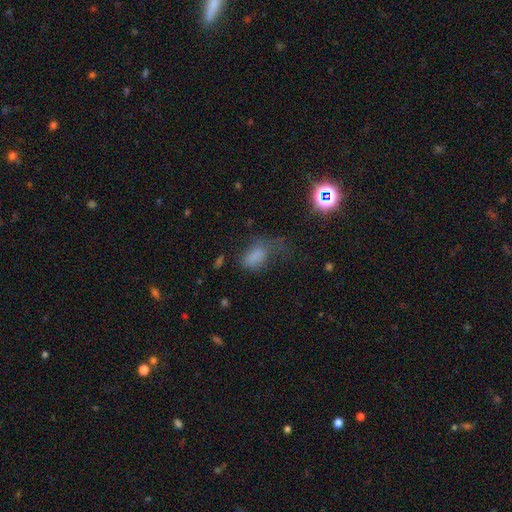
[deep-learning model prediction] Smooth or featured: smooth — 71% (star or artifact — 17%)
How rounded: in between — 86% (round — 11%)
Merging: major disturbance — 42% (none — 28%)